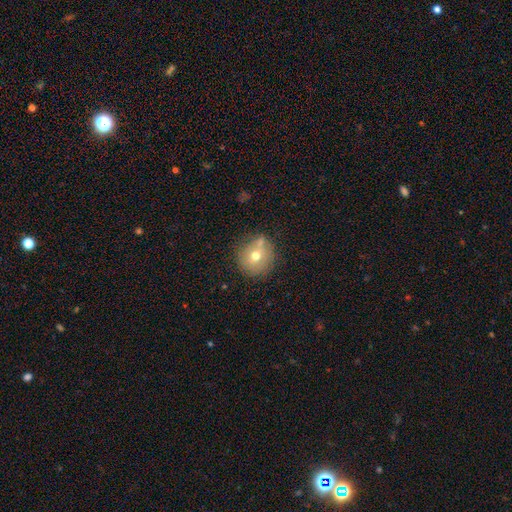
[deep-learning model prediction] A smooth galaxy with no disk features (66%) that is round (91%).

Vote fractions:
- Smooth or featured? smooth: 66% / featured or disk: 21% / star or artifact: 13%
- How rounded? round: 91% / in between: 8% / cigar-shaped: 1%
- Merging? none: 67% / minor disturbance: 15% / merger: 13% / major disturbance: 5%